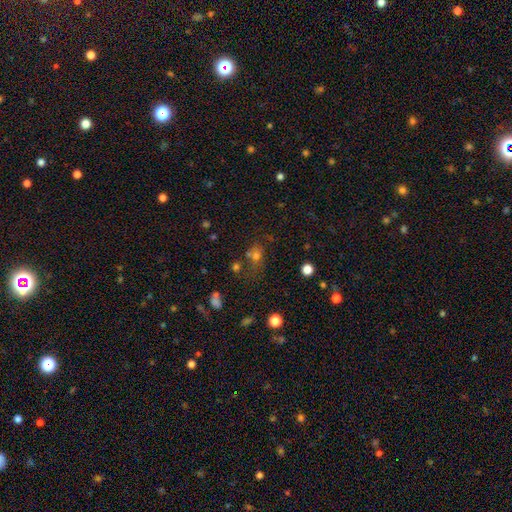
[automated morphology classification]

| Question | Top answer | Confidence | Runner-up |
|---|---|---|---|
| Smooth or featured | smooth | 62% | star or artifact (25%) |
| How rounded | round | 61% | in between (37%) |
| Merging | none | 46% | merger (27%) |